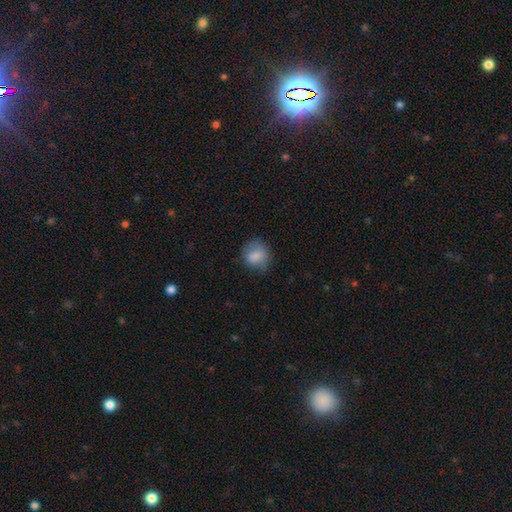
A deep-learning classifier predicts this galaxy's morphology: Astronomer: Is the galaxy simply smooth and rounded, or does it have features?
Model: smooth — 81%.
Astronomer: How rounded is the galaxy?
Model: round — 70%.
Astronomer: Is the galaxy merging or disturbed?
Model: none — 71%.